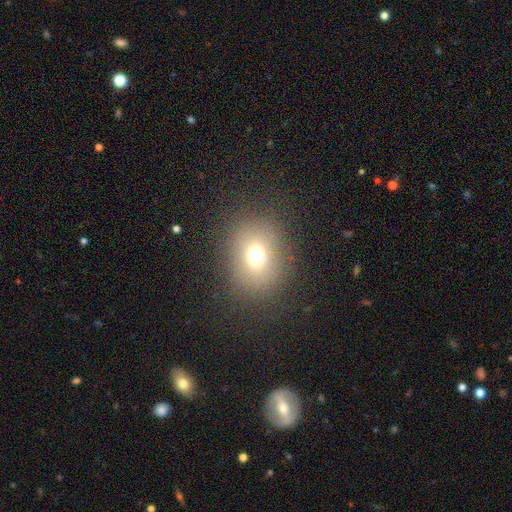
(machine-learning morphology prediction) This appears to be a smooth galaxy with no disk features (68%) that is round (62%). Merging: none (83%).